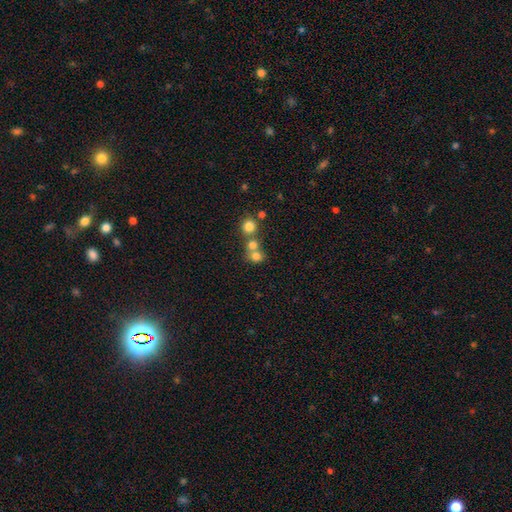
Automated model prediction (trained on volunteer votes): Overall: smooth (75%). How rounded: round (80%). Merging: merger (46%; none 45%).